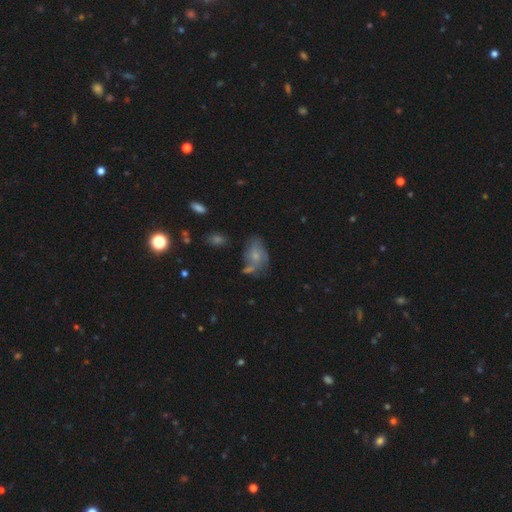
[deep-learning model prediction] A featured or disk galaxy (50%).

Vote fractions:
- Smooth or featured? featured or disk: 50% / smooth: 40% / star or artifact: 10%
- Edge-on disk? no: 96% / yes: 4%
- Merging? none: 43% / minor disturbance: 26% / major disturbance: 17% / merger: 14%